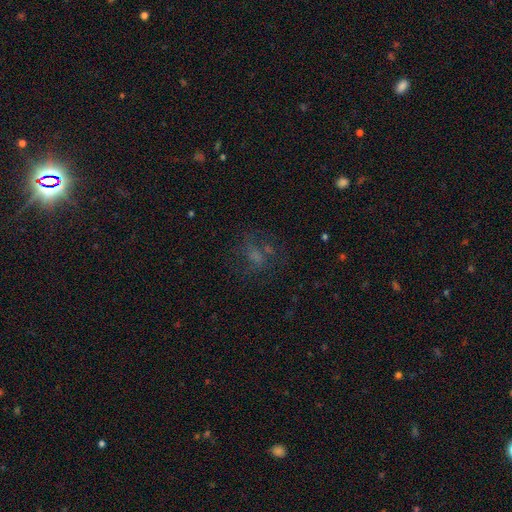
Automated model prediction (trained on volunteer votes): A smooth galaxy with no disk features (40%). Merging: none (55%).